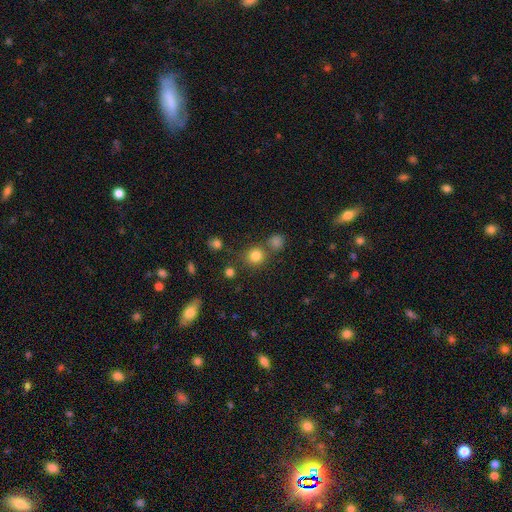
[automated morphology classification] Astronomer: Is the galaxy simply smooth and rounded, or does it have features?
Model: smooth — 80%.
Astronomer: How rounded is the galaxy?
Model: round — 87%.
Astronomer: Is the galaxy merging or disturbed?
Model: none — 69%.